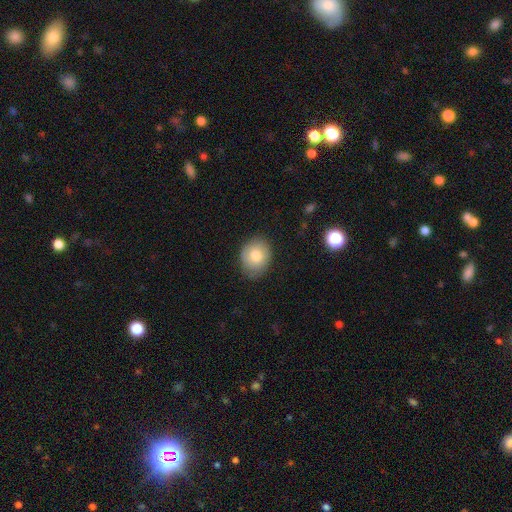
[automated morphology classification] Q: Smooth or featured?
A: smooth (76%); runner-up: featured or disk (15%)
Q: How rounded?
A: round (62%); runner-up: in between (37%)
Q: Merging?
A: none (78%); runner-up: minor disturbance (17%)